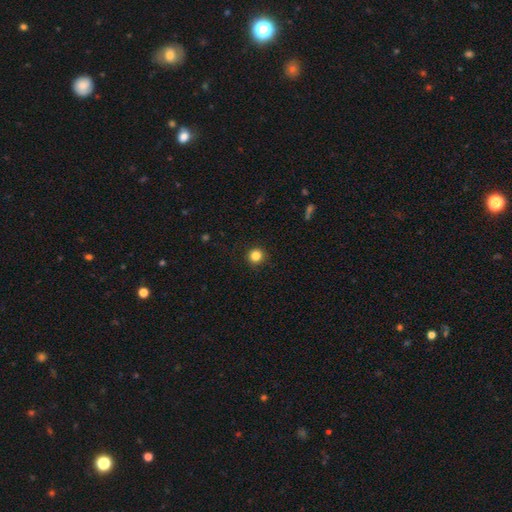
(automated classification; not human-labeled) The model was most divided on "smooth or featured": smooth: 85%, star or artifact: 11%, featured or disk: 4%. More confident: how rounded — round (94%); merging — none (92%).